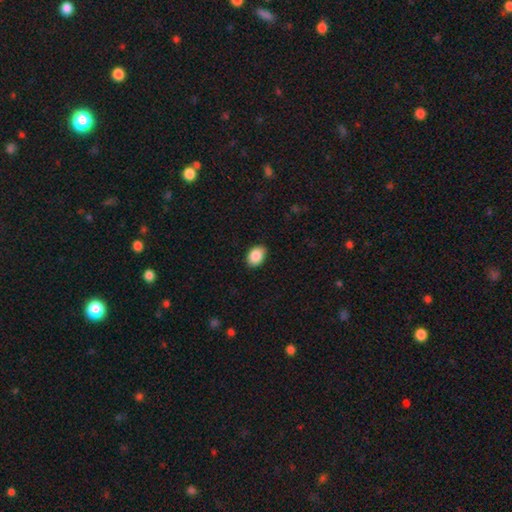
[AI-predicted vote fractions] This is clearly a smooth galaxy (88%). How rounded: clearly in between (80%). Merging: clearly none (86%).